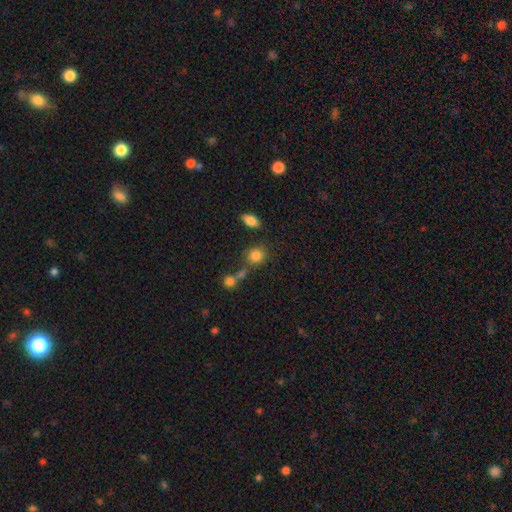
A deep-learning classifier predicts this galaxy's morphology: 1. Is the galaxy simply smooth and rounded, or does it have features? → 82% smooth, 11% star or artifact, 7% featured or disk.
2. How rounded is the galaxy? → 75% round, 24% in between, 1% cigar-shaped.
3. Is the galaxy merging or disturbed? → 66% none, 16% merger, 12% minor disturbance, 5% major disturbance.